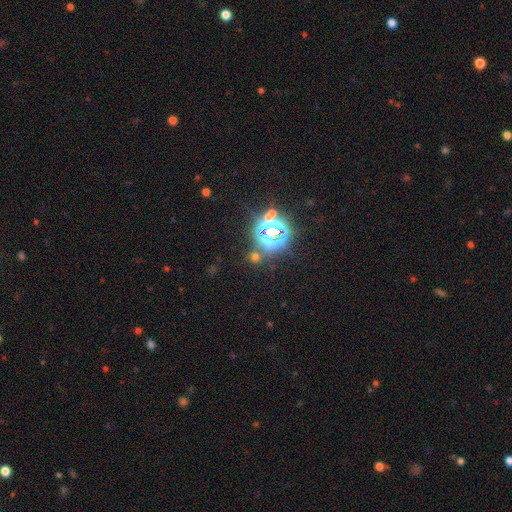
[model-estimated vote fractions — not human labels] star or artifact 76%, smooth 15%, featured or disk 8%.